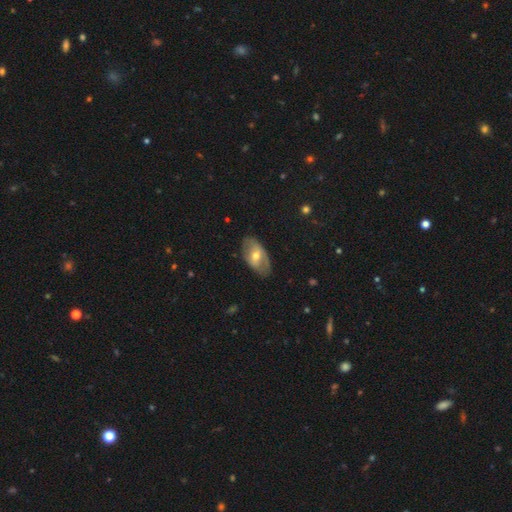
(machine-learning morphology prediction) A featured or disk galaxy (49%). Merging: none (75%).